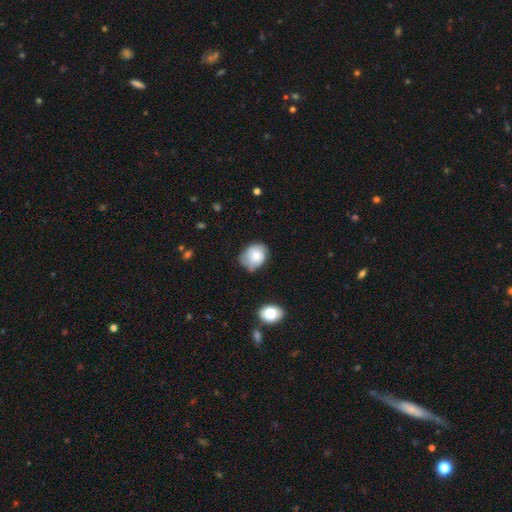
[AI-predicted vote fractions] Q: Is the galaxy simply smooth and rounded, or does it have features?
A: smooth — 63%.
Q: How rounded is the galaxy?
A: round — 58%.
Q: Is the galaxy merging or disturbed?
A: none — 59%.